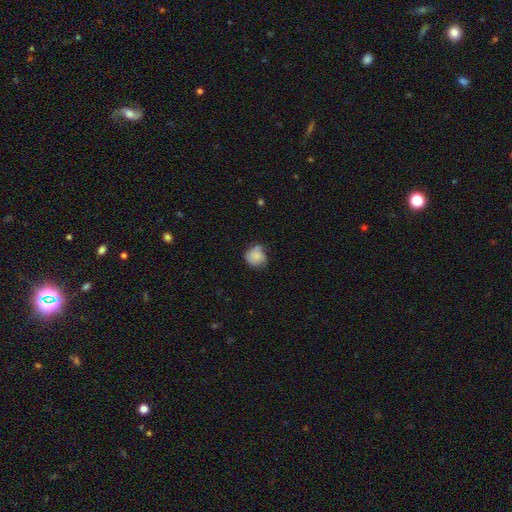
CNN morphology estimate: Smooth or featured: smooth — 72% (featured or disk — 20%)
How rounded: round — 78% (in between — 21%)
Merging: none — 53% (minor disturbance — 33%)